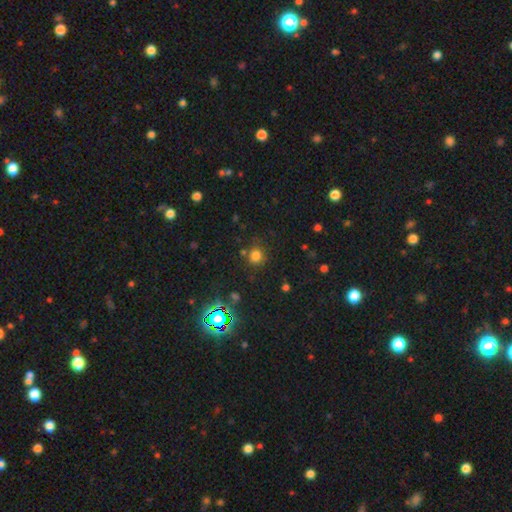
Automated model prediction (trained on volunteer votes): smooth_or_featured: smooth (p=0.74) [alt: star or artifact p=0.21]
how_rounded: round (p=0.89) [alt: in between p=0.10]
merging: none (p=0.80) [alt: minor disturbance p=0.11]